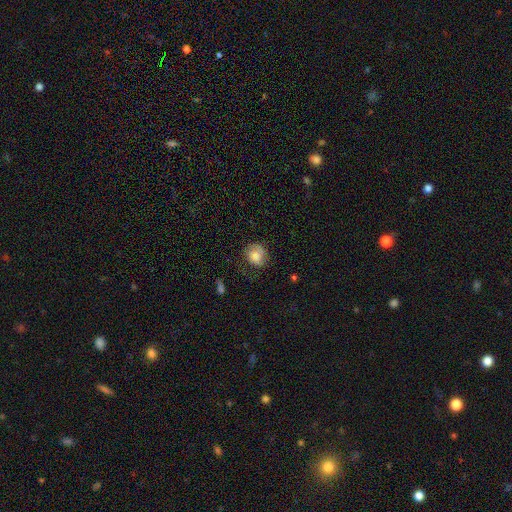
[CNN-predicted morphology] type=smooth (74%); roundness=round (70%); merging=none (57%).